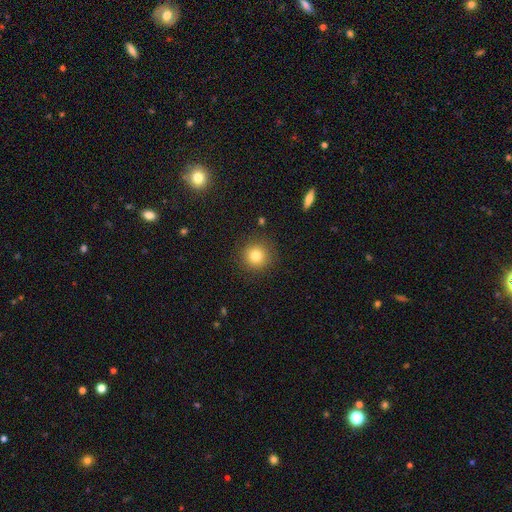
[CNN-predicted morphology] This appears to be a smooth galaxy with no disk features (80%) that is round (94%). Merging: none (89%).